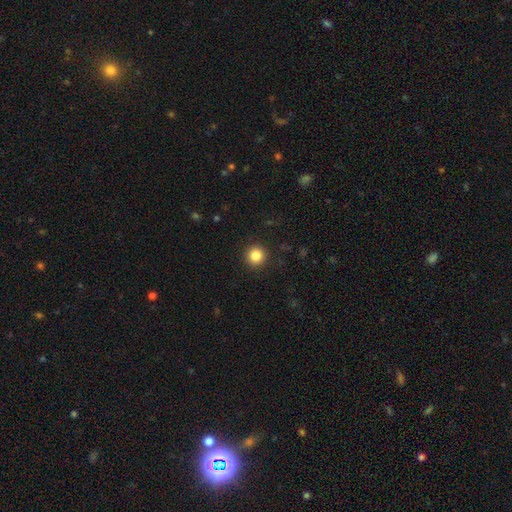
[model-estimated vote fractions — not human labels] A smooth galaxy with no disk features (84%) that is round (95%).

Vote fractions:
- Smooth or featured? smooth: 84% / star or artifact: 11% / featured or disk: 5%
- How rounded? round: 95% / in between: 4% / cigar-shaped: 1%
- Merging? none: 92% / minor disturbance: 5% / major disturbance: 2% / merger: 1%